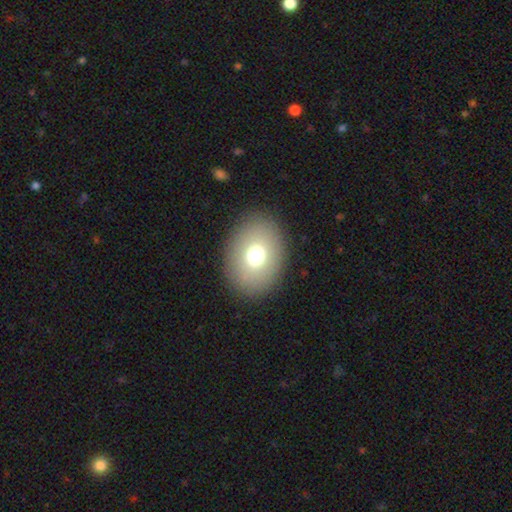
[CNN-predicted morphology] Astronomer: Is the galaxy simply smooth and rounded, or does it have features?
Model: smooth — 72%.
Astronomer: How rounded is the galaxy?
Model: in between — 63%.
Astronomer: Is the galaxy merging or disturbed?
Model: none — 89%.